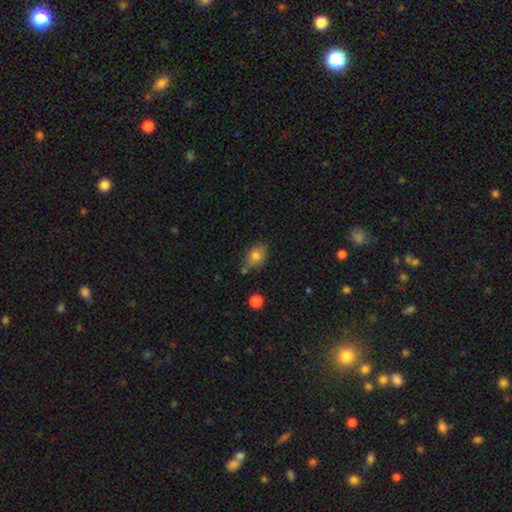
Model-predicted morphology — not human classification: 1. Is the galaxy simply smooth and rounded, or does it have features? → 79% smooth, 12% featured or disk, 9% star or artifact.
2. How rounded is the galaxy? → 75% in between, 24% round, 2% cigar-shaped.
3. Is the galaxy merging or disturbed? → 63% none, 24% minor disturbance, 7% merger, 6% major disturbance.